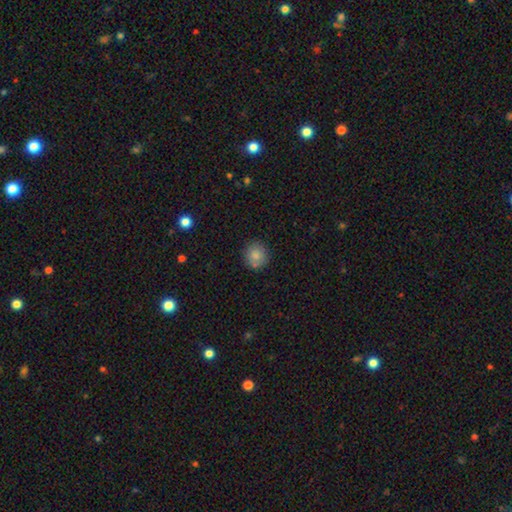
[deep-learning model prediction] smooth-or-featured: smooth: 83% | star or artifact: 9% | featured or disk: 8%
  how-rounded: round: 90% | in between: 9% | cigar-shaped: 1%
  merging: none: 82% | minor disturbance: 11% | merger: 4% | major disturbance: 3%